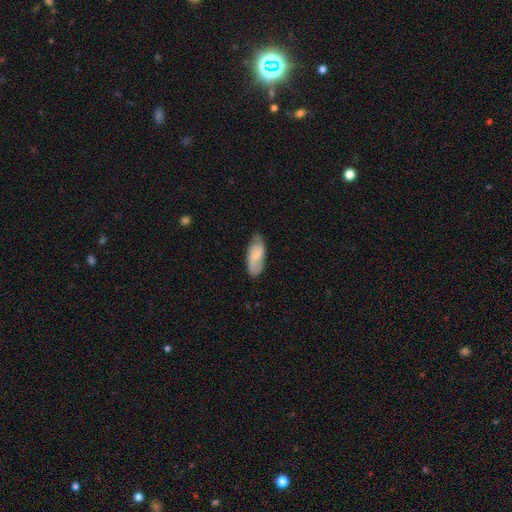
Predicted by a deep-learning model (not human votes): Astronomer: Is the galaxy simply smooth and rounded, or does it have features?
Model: smooth — 56% (runner-up: featured or disk, 38%).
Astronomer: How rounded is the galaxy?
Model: in between — 84%.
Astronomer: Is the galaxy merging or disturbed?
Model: none — 70%.